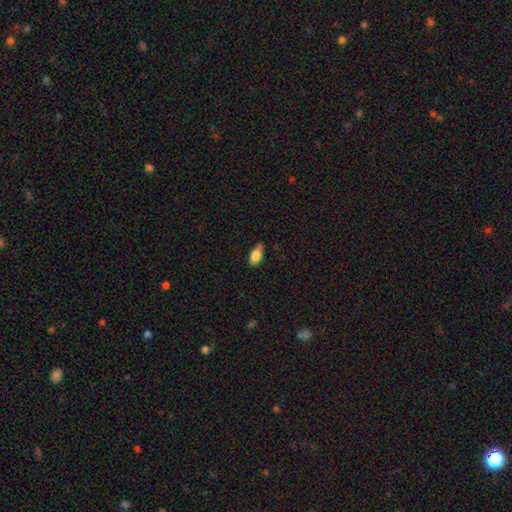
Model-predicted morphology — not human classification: Smooth or featured: smooth — 84% (featured or disk — 9%)
How rounded: in between — 89% (cigar-shaped — 7%)
Merging: none — 71% (minor disturbance — 24%)